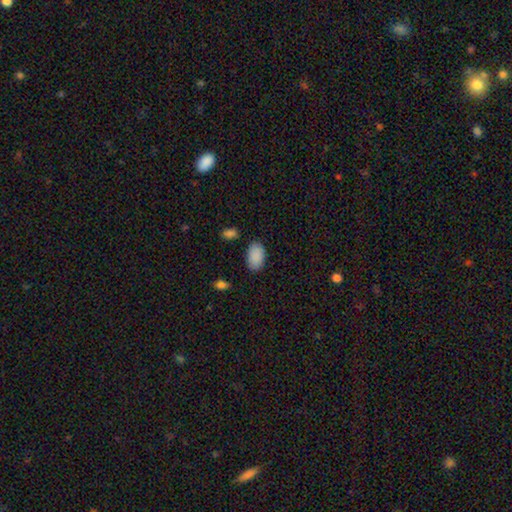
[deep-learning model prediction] Smooth or featured?
  - smooth: 90% *
  - star or artifact: 7%
  - featured or disk: 4%
How rounded?
  - in between: 94% *
  - round: 5%
  - cigar-shaped: 1%
Merging?
  - none: 84% *
  - minor disturbance: 11%
  - major disturbance: 3%
  - merger: 2%